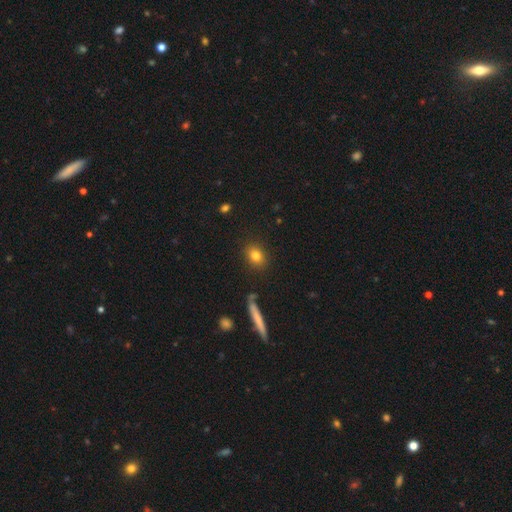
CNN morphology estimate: Smooth or featured? smooth (81%)
How rounded? round (55%)
Merging? none (87%)